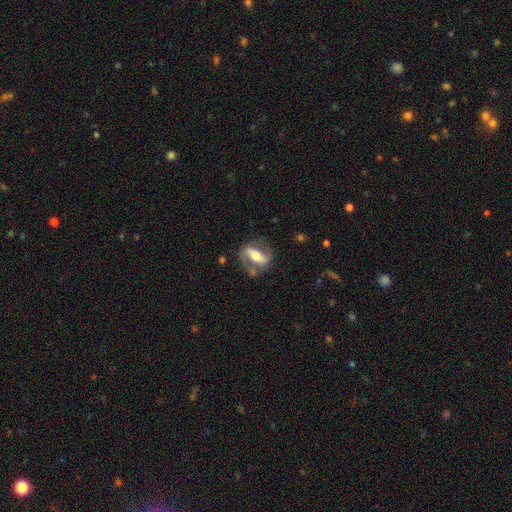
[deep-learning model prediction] Morphology: type=featured or disk (70%); edge-on=no (83%); bar=strong (61%); spiral arms=yes (71%); bulge=moderate (67%); merging=none (68%).